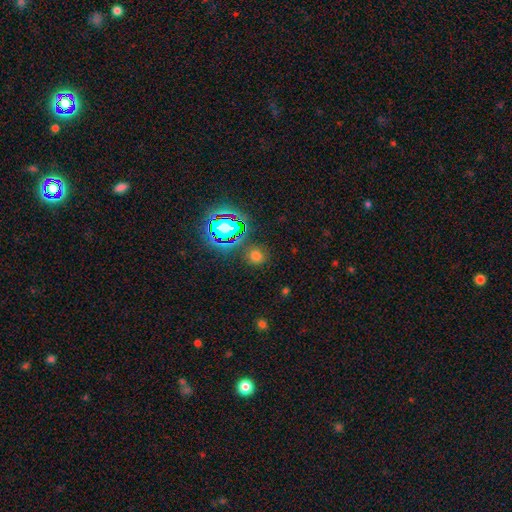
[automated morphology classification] Smooth or featured?
  - smooth: 62% *
  - star or artifact: 31%
  - featured or disk: 7%
How rounded?
  - round: 88% *
  - in between: 11%
  - cigar-shaped: 1%
Merging?
  - none: 82% *
  - minor disturbance: 10%
  - merger: 4%
  - major disturbance: 4%